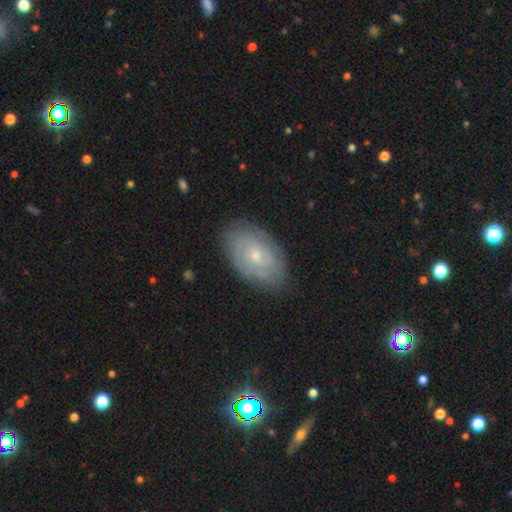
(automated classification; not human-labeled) A featured or disk galaxy (67%) with no bar (75%), tight (71%) spiral arms (83%) and a small central bulge (60%). Merging: none (79%).